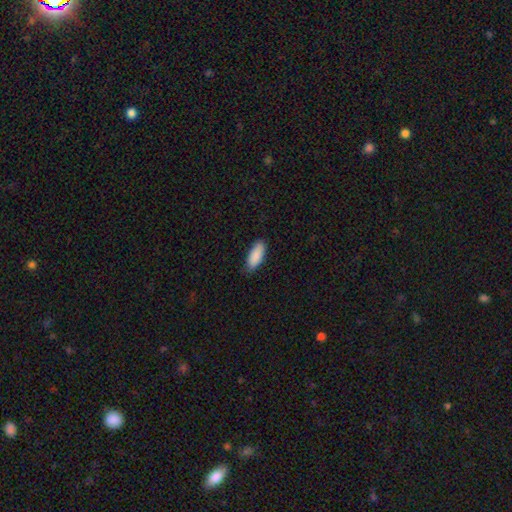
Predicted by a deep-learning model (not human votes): A smooth galaxy with no disk features (90%) that is in between round and cigar-shaped (79%).

Vote fractions:
- Smooth or featured? smooth: 90% / star or artifact: 6% / featured or disk: 4%
- How rounded? in between: 79% / cigar-shaped: 20% / round: 2%
- Merging? none: 83% / minor disturbance: 14% / major disturbance: 2% / merger: 1%